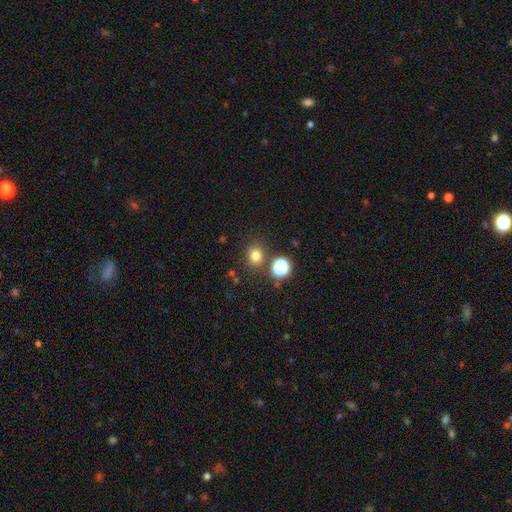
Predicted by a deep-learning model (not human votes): smooth_or_featured: smooth (p=0.76) [alt: star or artifact p=0.18]
how_rounded: round (p=0.73) [alt: in between p=0.26]
merging: none (p=0.80) [alt: minor disturbance p=0.09]